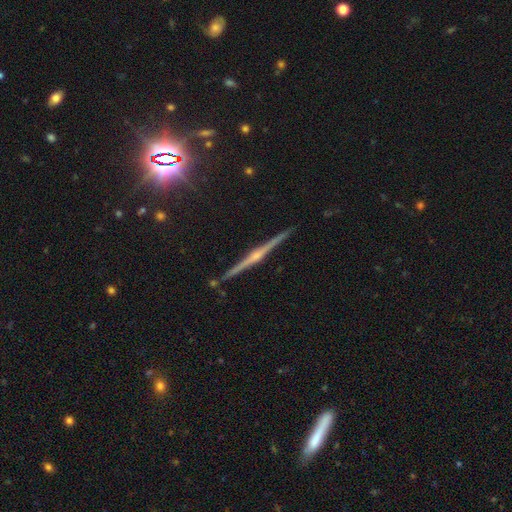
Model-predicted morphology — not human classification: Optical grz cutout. It shows a featured or disk galaxy (83%) viewed edge-on (98%) with a rounded central bulge (83%). Merging: none (92%).